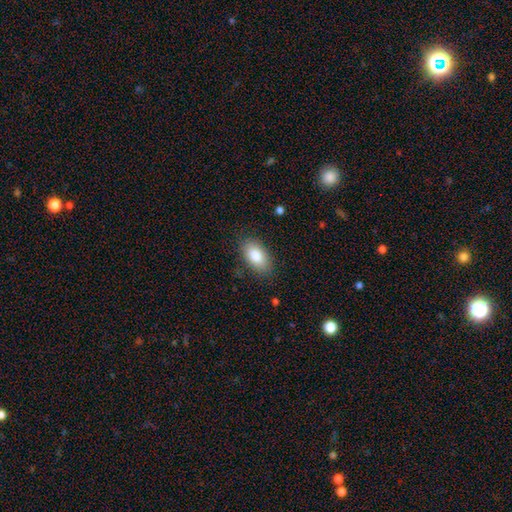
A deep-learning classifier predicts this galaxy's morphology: This appears to be a smooth galaxy with no disk features (83%) that is in between round and cigar-shaped (93%). Merging: none (83%).